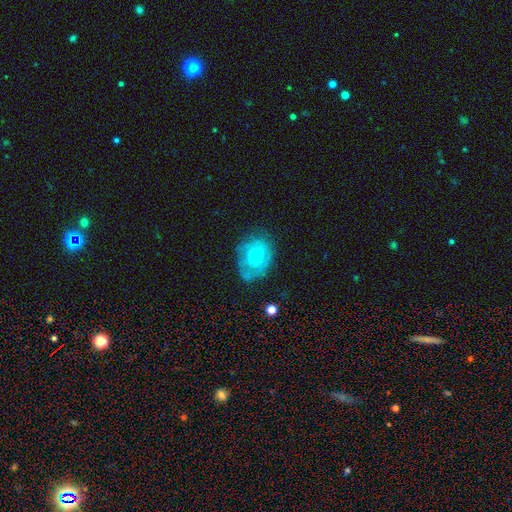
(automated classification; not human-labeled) A featured or disk galaxy (63%) with no bar (81%), spiral arms (76%) and a small central bulge (69%).

Vote fractions:
- Smooth or featured? featured or disk: 63% / smooth: 30% / star or artifact: 7%
- Edge-on disk? no: 97% / yes: 3%
- Bar? no: 81% / weak: 16% / strong: 2%
- Spiral arms? yes: 76% / no: 24%
- Bulge size? small: 69% / moderate: 26% / none: 2% / large: 2% / dominant: 1%
- Merging? none: 56% / minor disturbance: 27% / major disturbance: 15% / merger: 2%